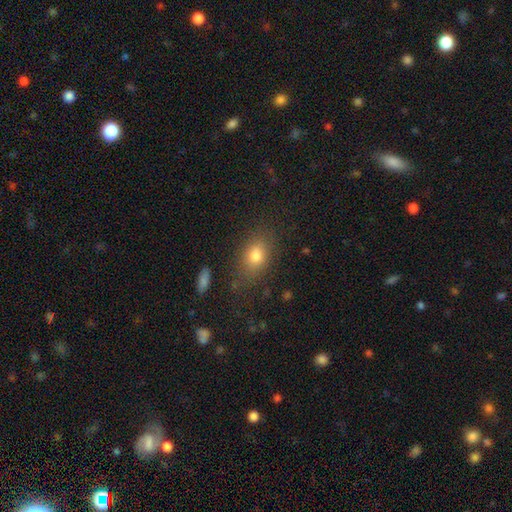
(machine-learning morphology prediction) This appears to be a smooth galaxy with no disk features (77%) that is in between round and cigar-shaped (74%). Merging: none (78%).